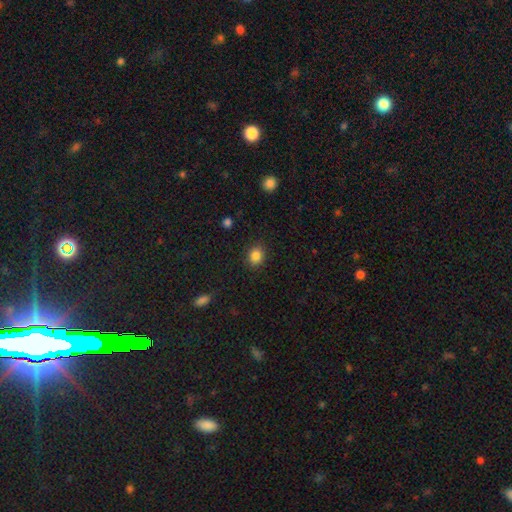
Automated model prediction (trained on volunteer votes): Smooth or featured? Predicted: smooth (p=0.85). How rounded? Predicted: round (p=0.54). Merging? Predicted: none (p=0.88).